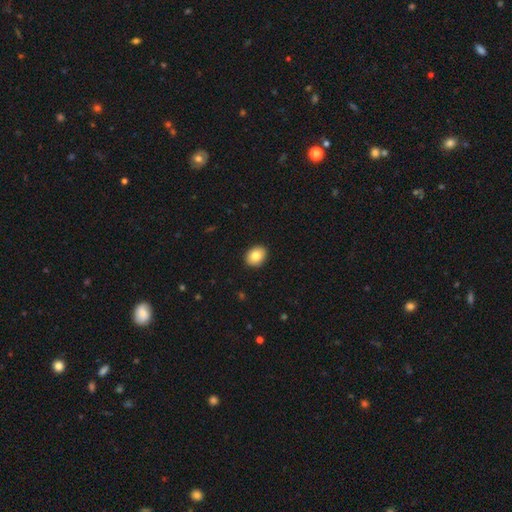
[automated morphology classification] Overall: smooth (82%). How rounded: in between (52%; round 47%). Merging: none (91%).